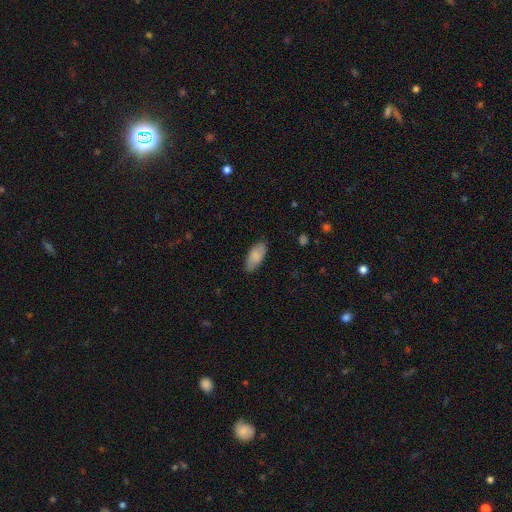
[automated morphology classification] smooth 84%, featured or disk 10%, star or artifact 6%. Down the decision tree: how rounded — in between (86%); merging — none (84%).